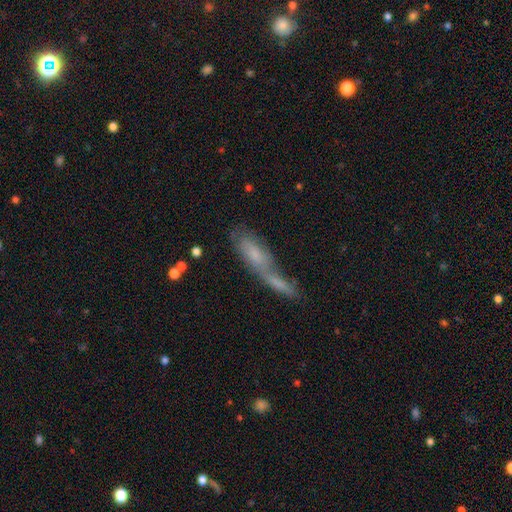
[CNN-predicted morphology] smooth_or_featured: smooth (p=0.57) [alt: featured or disk p=0.33]
how_rounded: cigar-shaped (p=0.51) [alt: in between p=0.46]
merging: merger (p=0.55) [alt: none p=0.25]